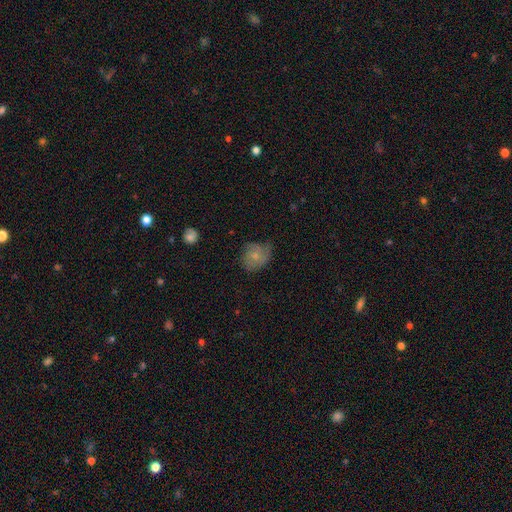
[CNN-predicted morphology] Q: Smooth or featured?
A: smooth (56%); runner-up: featured or disk (35%)
Q: How rounded?
A: round (63%); runner-up: in between (36%)
Q: Merging?
A: none (51%); runner-up: minor disturbance (33%)